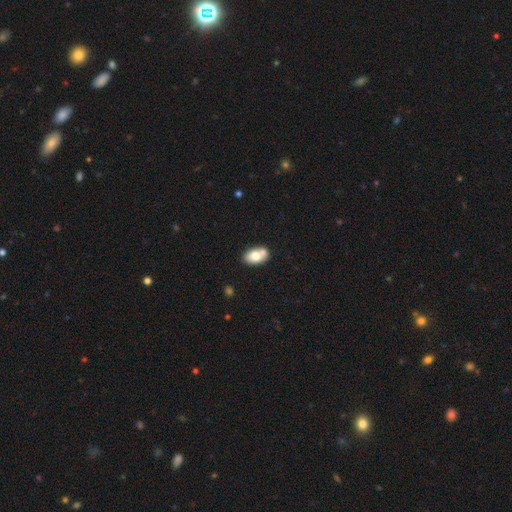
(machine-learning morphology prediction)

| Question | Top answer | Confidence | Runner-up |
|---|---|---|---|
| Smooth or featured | smooth | 73% | featured or disk (19%) |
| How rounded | in between | 87% | round (11%) |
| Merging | none | 51% | merger (32%) |